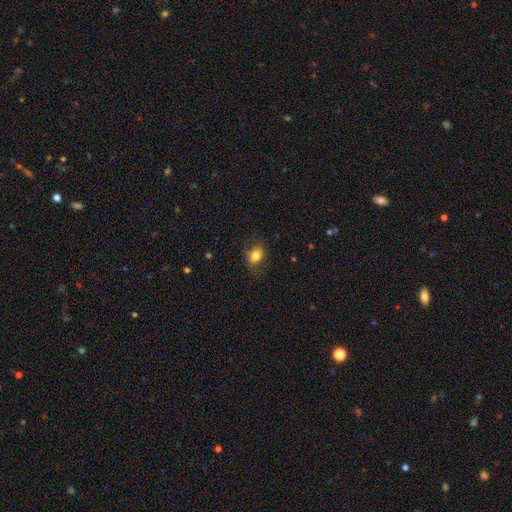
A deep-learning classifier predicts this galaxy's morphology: Overall: smooth (81%). How rounded: in between (69%; round 29%). Merging: none (77%).